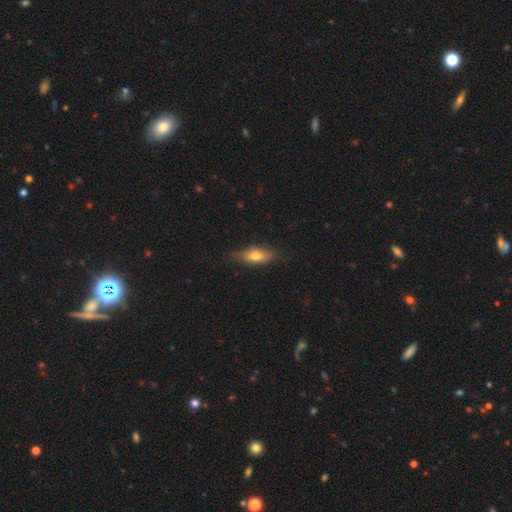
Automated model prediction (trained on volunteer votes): Smooth or featured?
  - smooth: 70% *
  - featured or disk: 23%
  - star or artifact: 7%
How rounded?
  - in between: 72% *
  - cigar-shaped: 23%
  - round: 4%
Merging?
  - none: 76% *
  - minor disturbance: 19%
  - major disturbance: 4%
  - merger: 1%